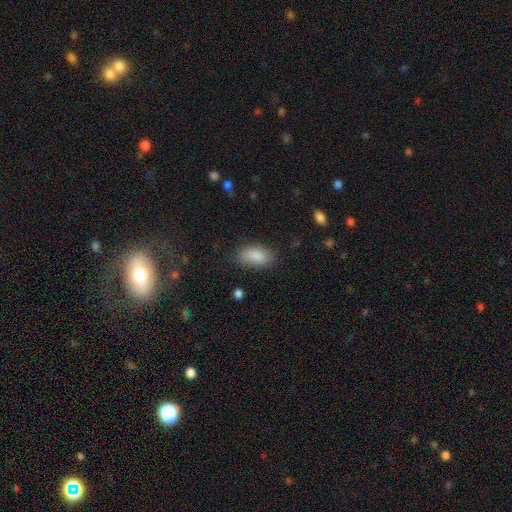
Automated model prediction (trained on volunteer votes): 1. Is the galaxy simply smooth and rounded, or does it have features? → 88% smooth, 7% star or artifact, 5% featured or disk.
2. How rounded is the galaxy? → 93% in between, 4% round, 3% cigar-shaped.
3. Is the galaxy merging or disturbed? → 79% none, 15% minor disturbance, 5% major disturbance, 1% merger.